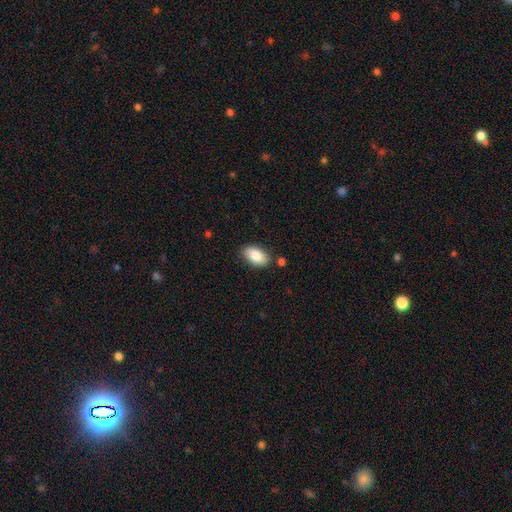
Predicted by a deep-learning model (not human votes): This appears to be a smooth galaxy with no disk features (85%) that is in between round and cigar-shaped (93%). Merging: none (81%).